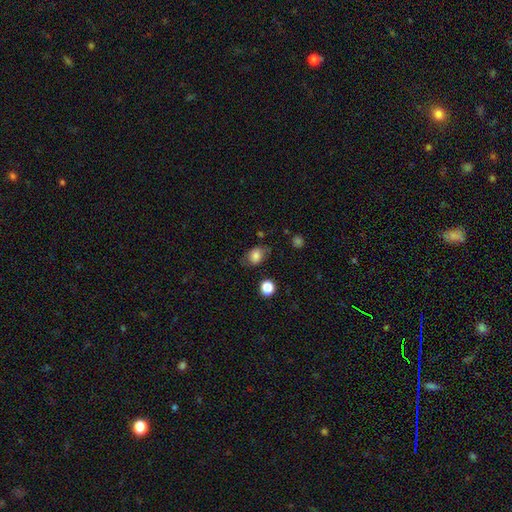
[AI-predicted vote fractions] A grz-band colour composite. It shows a smooth galaxy with no disk features (78%) that is in between round and cigar-shaped (65%). Merging: none (68%).